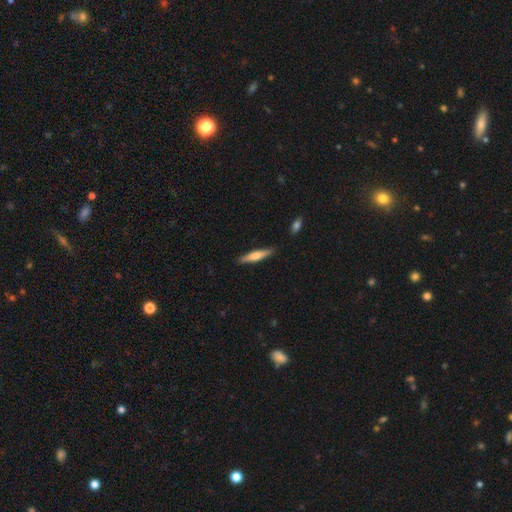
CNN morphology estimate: This appears to be a smooth galaxy with no disk features (56%) that is cigar-shaped (86%). Merging: none (87%).